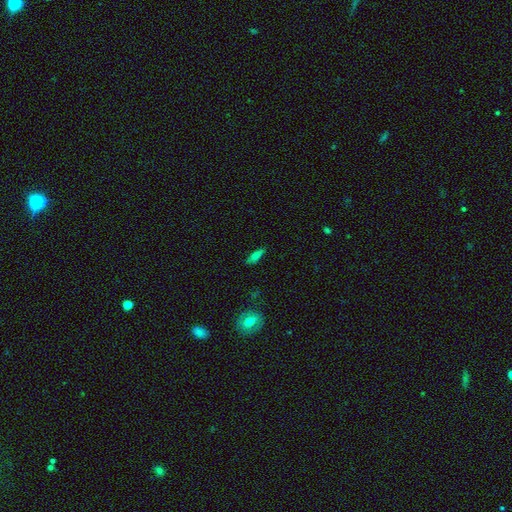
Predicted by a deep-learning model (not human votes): Smooth or featured?
  - smooth: 58% *
  - featured or disk: 33%
  - star or artifact: 10%
How rounded?
  - in between: 55% *
  - cigar-shaped: 41%
  - round: 4%
Merging?
  - none: 84% *
  - minor disturbance: 12%
  - major disturbance: 3%
  - merger: 2%